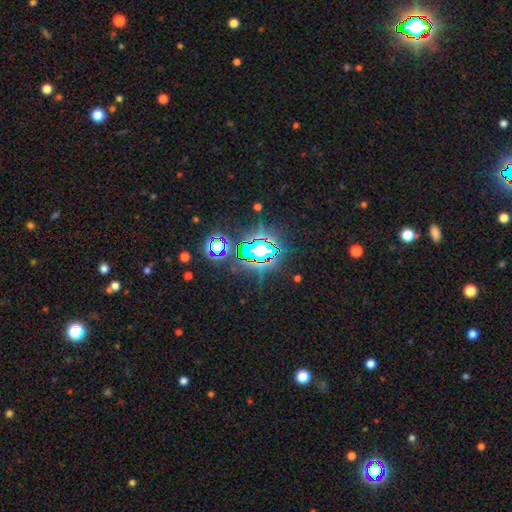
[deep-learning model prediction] Smooth or featured? star or artifact (74%)